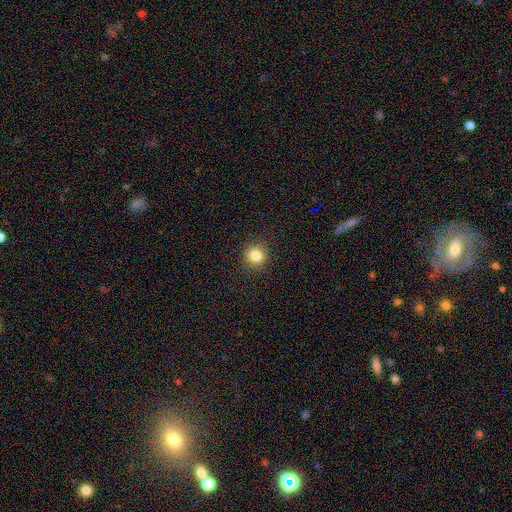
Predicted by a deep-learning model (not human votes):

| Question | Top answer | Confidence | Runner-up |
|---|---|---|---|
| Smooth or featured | smooth | 83% | star or artifact (12%) |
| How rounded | round | 92% | in between (7%) |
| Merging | none | 91% | minor disturbance (6%) |